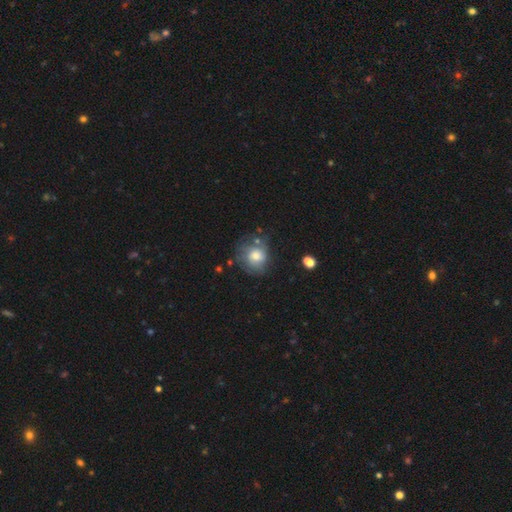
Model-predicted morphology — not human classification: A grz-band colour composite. It shows a smooth galaxy with no disk features (62%) that is round (76%). Merging: none (54%).